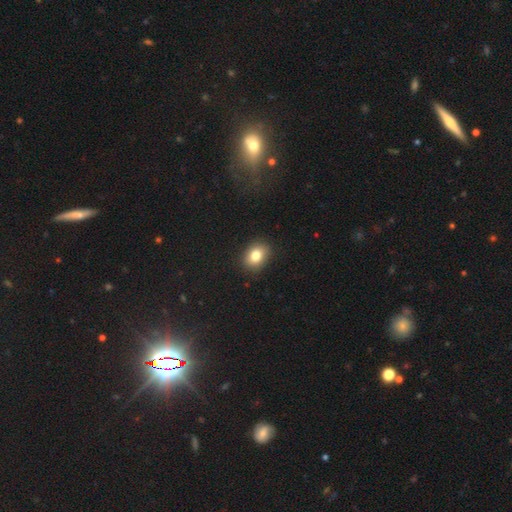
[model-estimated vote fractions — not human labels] Morphology: type=smooth (81%); roundness=in between (61%); merging=none (87%).